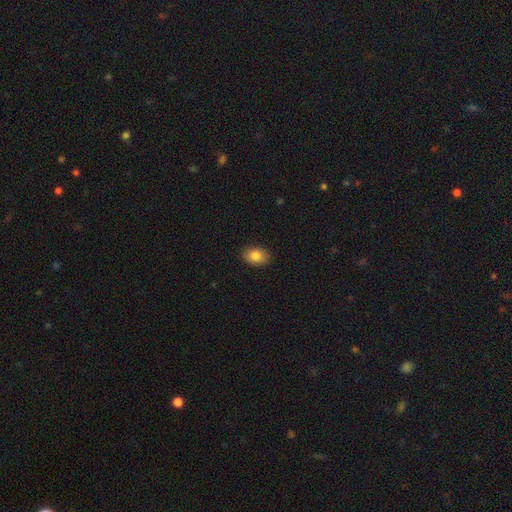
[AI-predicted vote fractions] This appears to be a smooth galaxy with no disk features (84%) that is in between round and cigar-shaped (78%). Merging: none (89%).